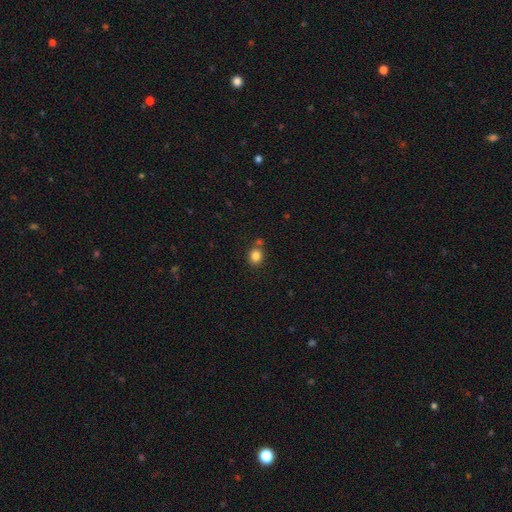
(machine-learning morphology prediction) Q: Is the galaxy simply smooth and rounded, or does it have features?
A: smooth — 84%.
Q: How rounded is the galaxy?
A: round — 64%.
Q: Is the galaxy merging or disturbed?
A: none — 71%.